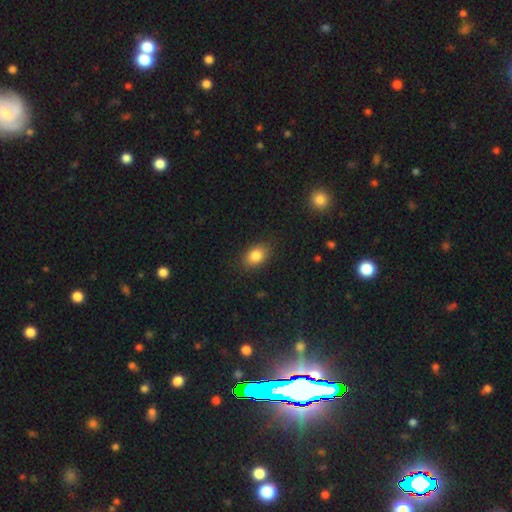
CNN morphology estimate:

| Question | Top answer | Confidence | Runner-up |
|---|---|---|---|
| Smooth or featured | smooth | 83% | star or artifact (9%) |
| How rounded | in between | 80% | round (18%) |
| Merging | none | 84% | minor disturbance (12%) |